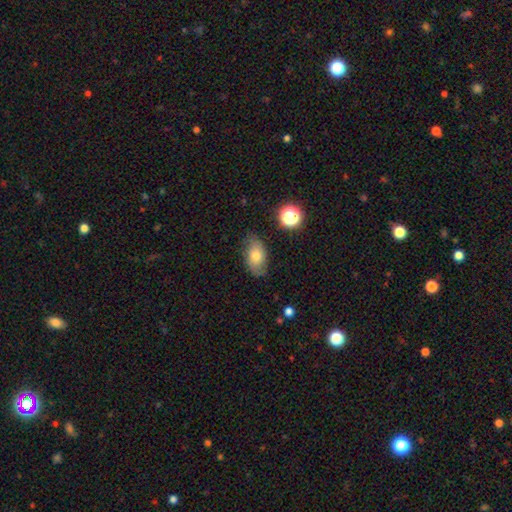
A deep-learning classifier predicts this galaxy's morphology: This is likely a smooth galaxy (68%). How rounded: clearly in between (87%). Merging: likely none (72%).